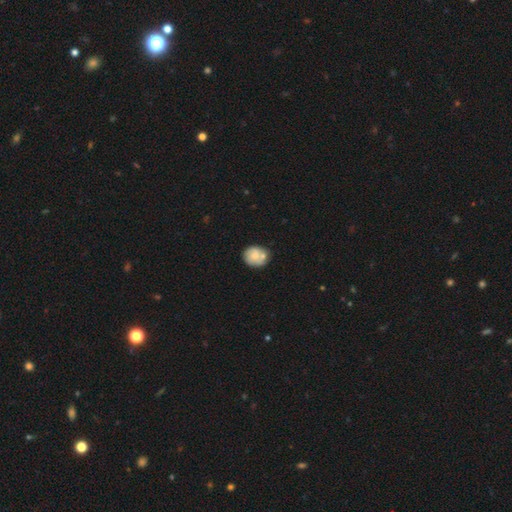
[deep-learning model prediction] Smooth or featured?
  - smooth: 63% *
  - featured or disk: 30%
  - star or artifact: 7%
How rounded?
  - round: 71% *
  - in between: 28%
  - cigar-shaped: 1%
Merging?
  - none: 56% *
  - minor disturbance: 20%
  - merger: 19%
  - major disturbance: 5%